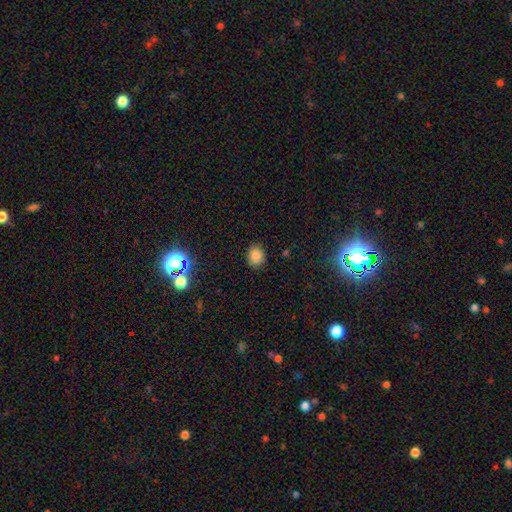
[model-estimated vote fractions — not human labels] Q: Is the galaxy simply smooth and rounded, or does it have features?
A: smooth — 82%.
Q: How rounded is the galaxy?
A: round — 60%.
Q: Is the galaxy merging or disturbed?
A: none — 85%.